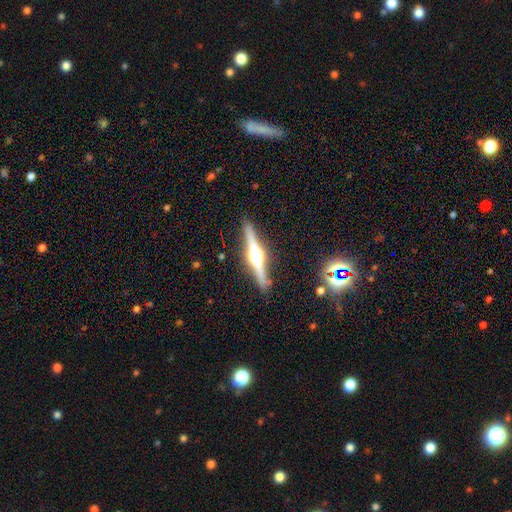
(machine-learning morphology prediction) type=featured or disk (84%); edge-on=yes (98%); edge-on bulge=rounded (95%); merging=none (90%).